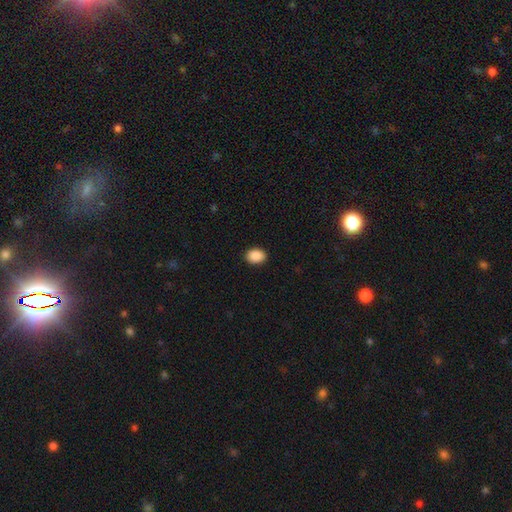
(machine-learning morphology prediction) Smooth or featured: smooth — 90% (star or artifact — 7%)
How rounded: in between — 71% (round — 28%)
Merging: none — 91% (minor disturbance — 7%)